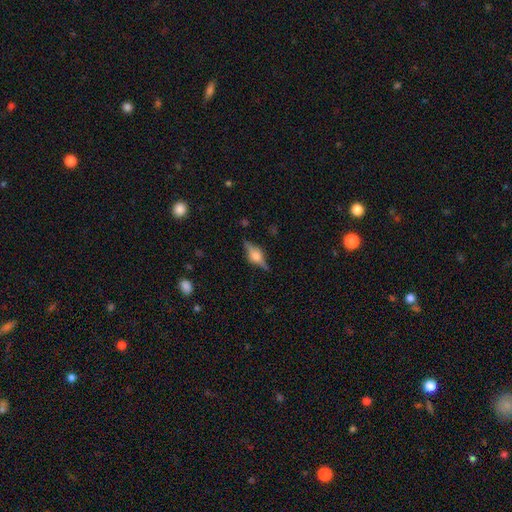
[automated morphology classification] Smooth or featured? Predicted: featured or disk (p=0.76). Edge-on disk? Predicted: yes (p=0.97). Edge-on bulge? Predicted: rounded (p=0.88). Merging? Predicted: none (p=0.85).